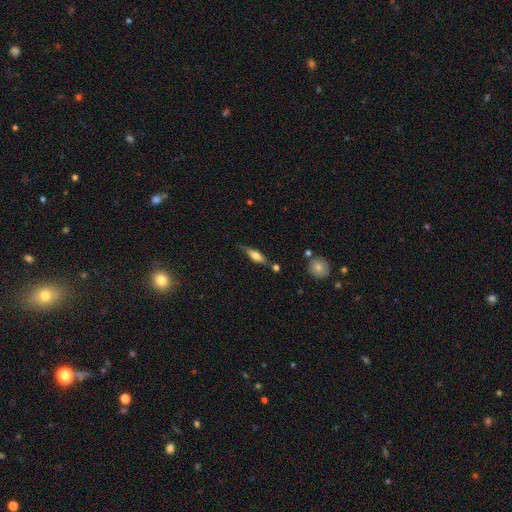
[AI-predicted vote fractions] Smooth or featured? smooth (48%)
Merging? none (70%)